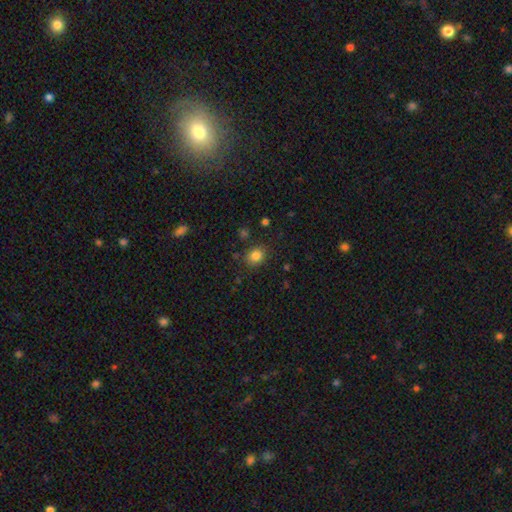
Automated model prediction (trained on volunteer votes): Smooth or featured? smooth (83%)
How rounded? round (65%)
Merging? none (85%)